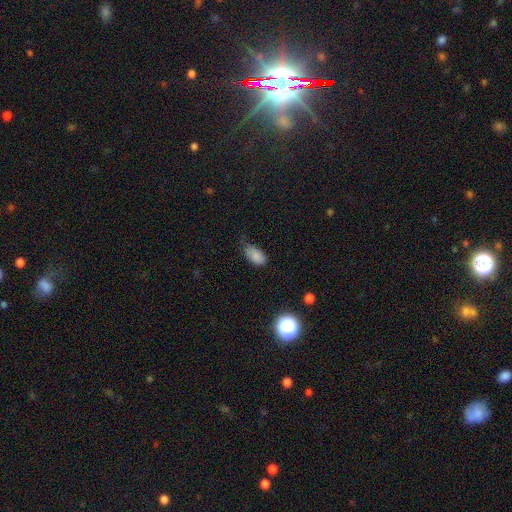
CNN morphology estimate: type=smooth (83%); roundness=in between (92%); merging=none (52%).